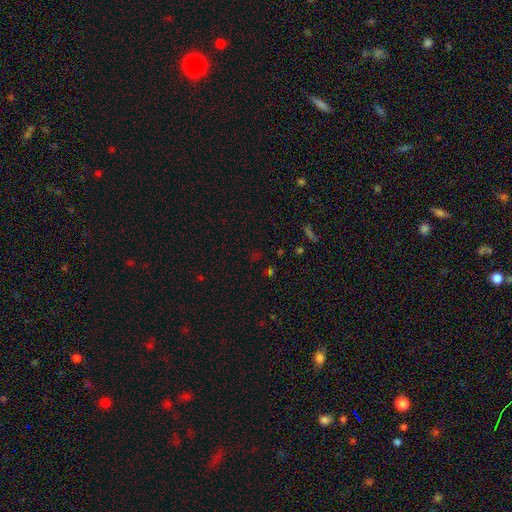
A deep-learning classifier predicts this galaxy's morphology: The model was most divided on "smooth or featured": star or artifact: 61%, smooth: 32%, featured or disk: 8%.